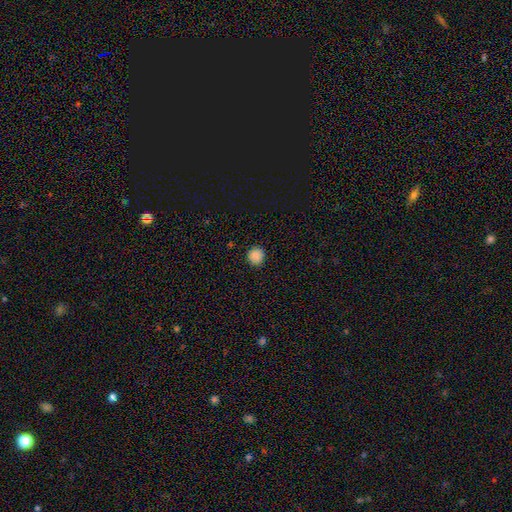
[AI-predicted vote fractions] smooth 87%, star or artifact 10%, featured or disk 3%. Down the decision tree: how rounded — round (91%); merging — none (90%).